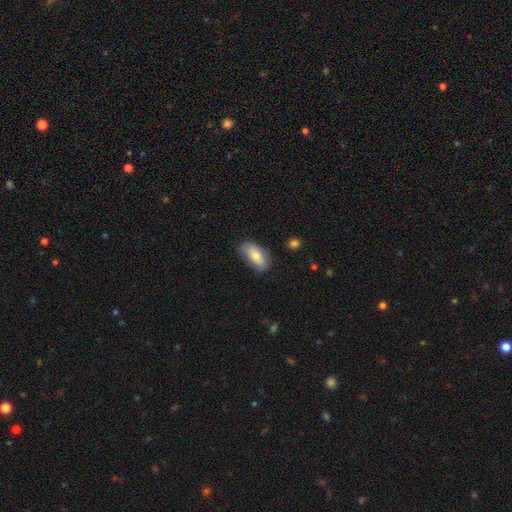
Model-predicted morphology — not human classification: The model was most divided on "merging": none: 68%, minor disturbance: 25%, major disturbance: 5%, merger: 2%. More confident: how rounded — in between (89%); smooth or featured — smooth (78%).